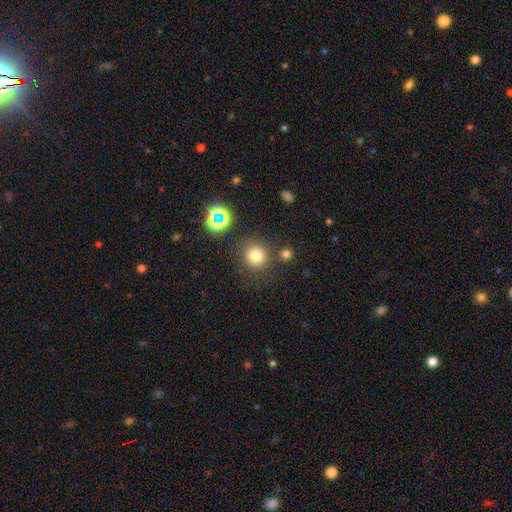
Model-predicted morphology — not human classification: A smooth galaxy with no disk features (77%) that is round (93%).

Vote fractions:
- Smooth or featured? smooth: 77% / star or artifact: 17% / featured or disk: 6%
- How rounded? round: 93% / in between: 6% / cigar-shaped: 1%
- Merging? none: 81% / minor disturbance: 9% / merger: 6% / major disturbance: 4%